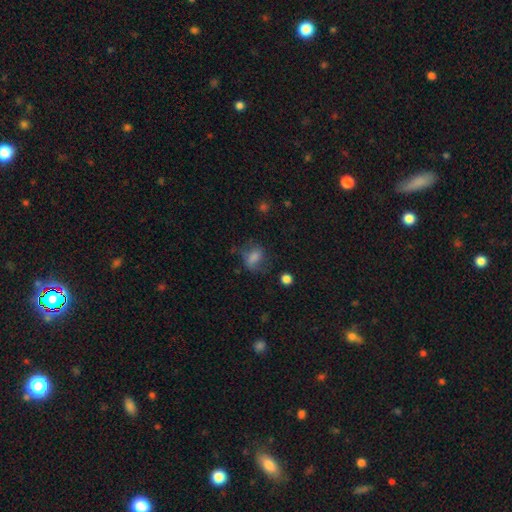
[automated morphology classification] type=smooth (60%); roundness=in between (68%); merging=none (51%).